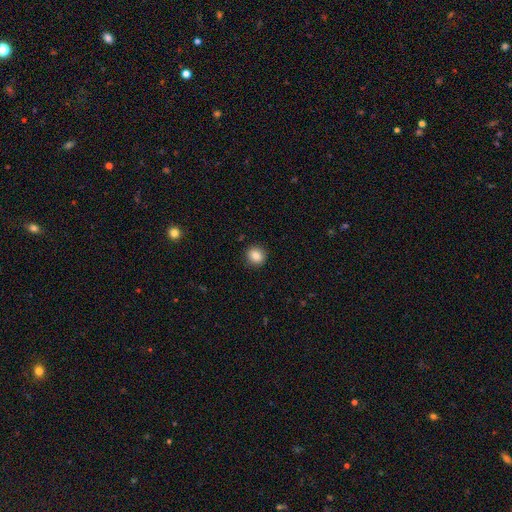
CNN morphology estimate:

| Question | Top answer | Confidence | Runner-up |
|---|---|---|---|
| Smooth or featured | smooth | 85% | star or artifact (10%) |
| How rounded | round | 84% | in between (15%) |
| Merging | none | 91% | minor disturbance (6%) |